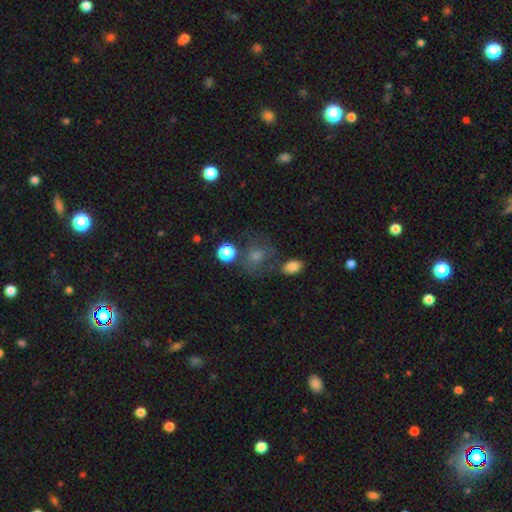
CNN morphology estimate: smooth-or-featured: smooth: 50% | star or artifact: 29% | featured or disk: 21%
  merging: none: 60% | minor disturbance: 17% | major disturbance: 12% | merger: 11%